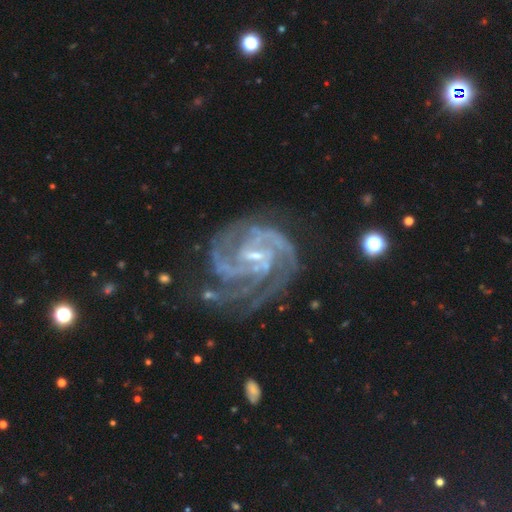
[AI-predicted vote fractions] smooth-or-featured: featured or disk: 92% | star or artifact: 5% | smooth: 3%
  disk-edge-on: no: 98% | yes: 2%
    bar: weak: 50% | strong: 29% | no: 21%
    has-spiral-arms: yes: 99% | no: 1%
      spiral-winding: tight: 57% | medium: 38% | loose: 5%
      spiral-arm-count: 3: 35% | 2: 20% | 4: 19% | can't tell: 12% | more than 4: 7% | 1: 7%
    bulge-size: small: 71% | moderate: 22% | none: 5% | large: 1% | dominant: 1%
  merging: none: 61% | minor disturbance: 21% | major disturbance: 15% | merger: 4%